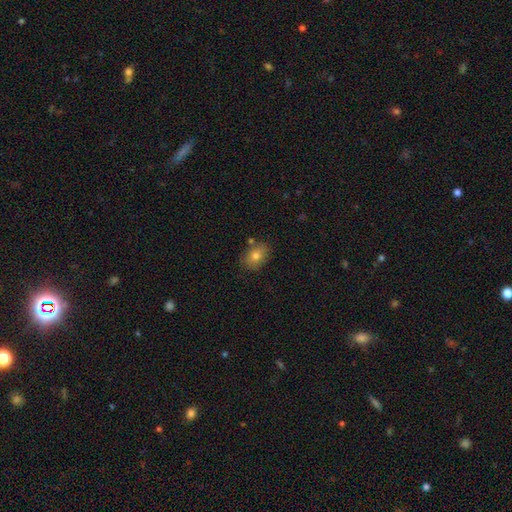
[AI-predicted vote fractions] Morphology: type=smooth (78%); roundness=in between (69%); merging=none (77%).